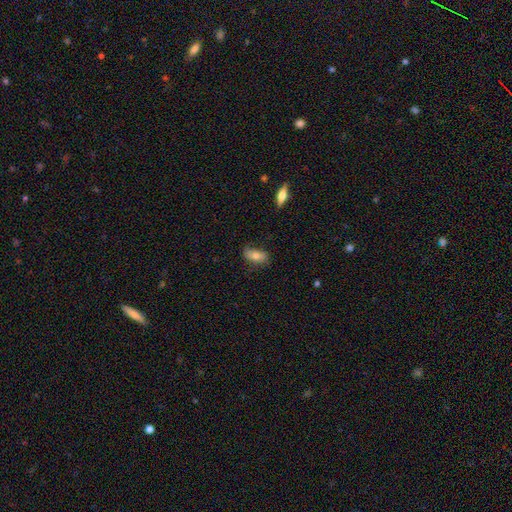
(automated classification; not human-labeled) This appears to be a smooth galaxy with no disk features (68%) that is in between round and cigar-shaped (86%). Merging: none (69%).